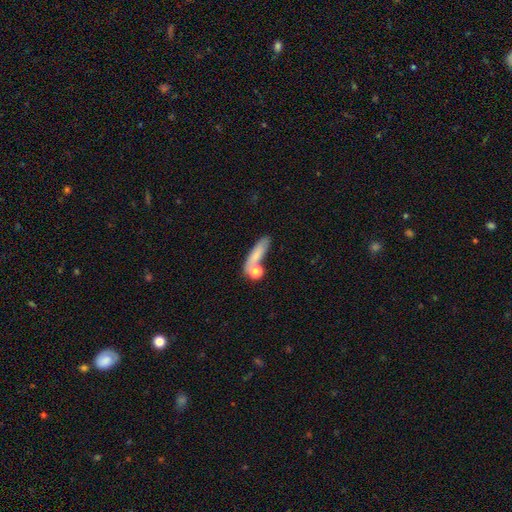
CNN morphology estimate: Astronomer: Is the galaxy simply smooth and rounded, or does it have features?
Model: smooth — 74%.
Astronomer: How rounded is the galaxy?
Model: cigar-shaped — 50% (runner-up: in between, 33%).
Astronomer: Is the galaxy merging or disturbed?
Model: none — 56%.